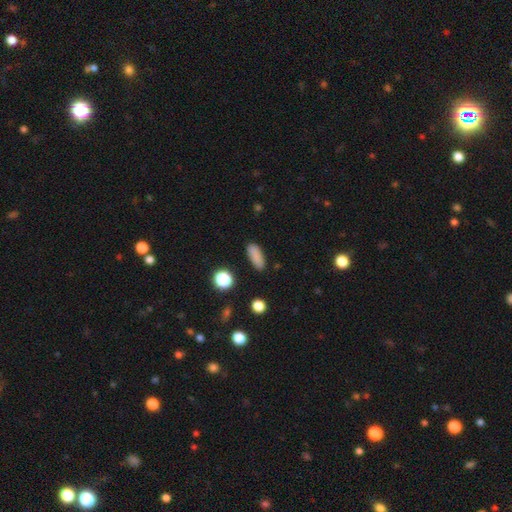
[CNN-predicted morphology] This appears to be a smooth galaxy with no disk features (84%) that is in between round and cigar-shaped (68%). Merging: none (85%).